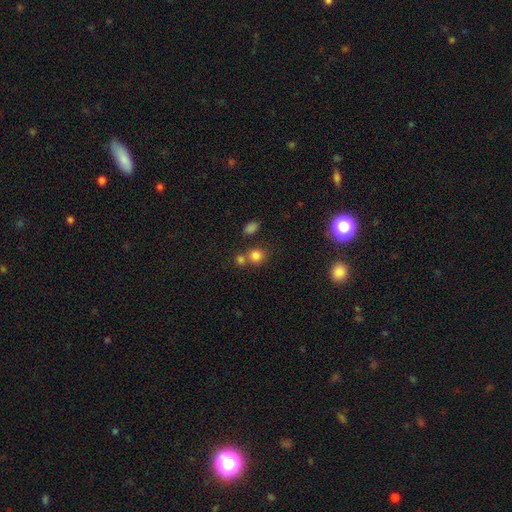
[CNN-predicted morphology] Smooth or featured? Predicted: smooth (p=0.79). How rounded? Predicted: round (p=0.80). Merging? Predicted: none (p=0.57).